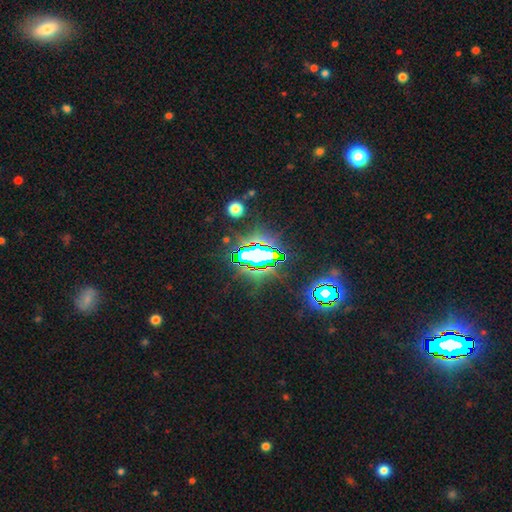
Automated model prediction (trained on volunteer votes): Morphology: type=star or artifact (73%).